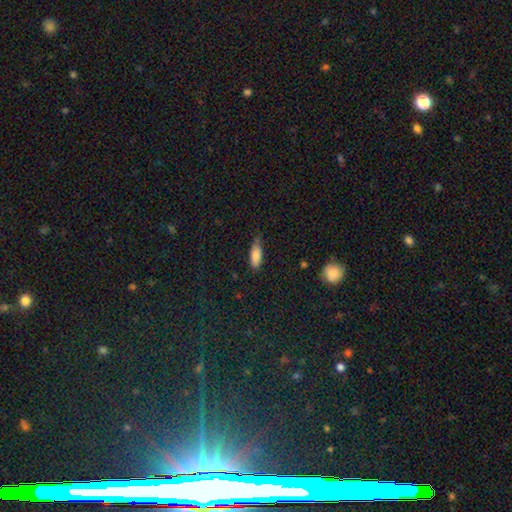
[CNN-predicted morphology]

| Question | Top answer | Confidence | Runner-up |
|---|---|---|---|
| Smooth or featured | smooth | 84% | featured or disk (9%) |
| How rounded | in between | 73% | cigar-shaped (25%) |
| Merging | none | 56% | minor disturbance (36%) |